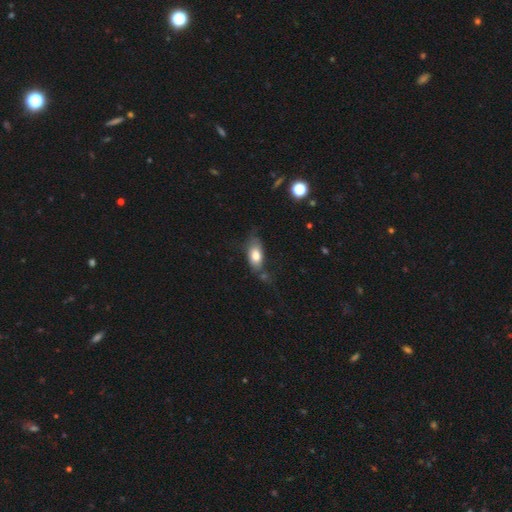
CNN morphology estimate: type=smooth (74%); roundness=in between (85%); merging=none (52%).